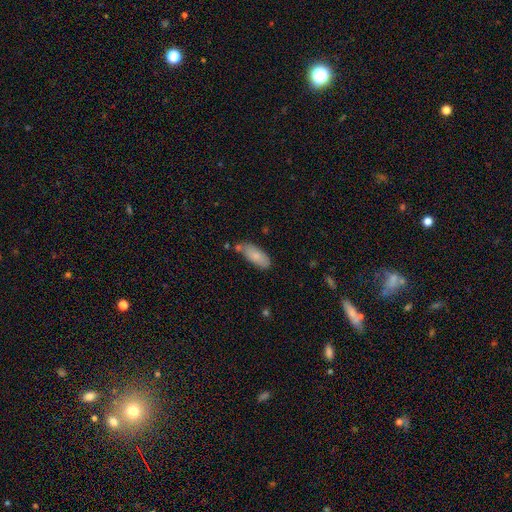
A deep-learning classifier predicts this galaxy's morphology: A smooth galaxy with no disk features (82%) that is in between round and cigar-shaped (80%). Merging: none (62%).